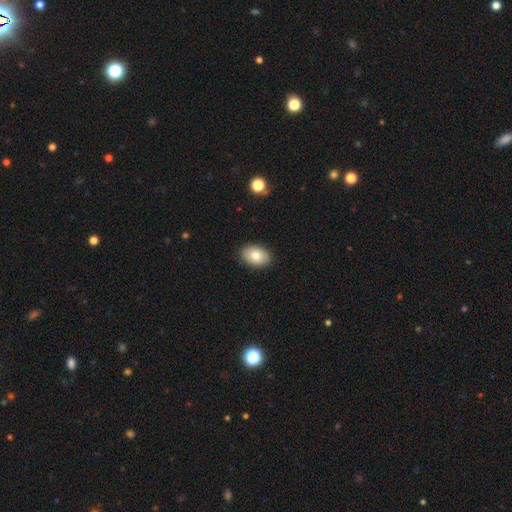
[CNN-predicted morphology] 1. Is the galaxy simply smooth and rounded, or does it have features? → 81% smooth, 12% featured or disk, 7% star or artifact.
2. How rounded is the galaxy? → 86% in between, 13% round, 1% cigar-shaped.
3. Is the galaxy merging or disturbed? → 89% none, 8% minor disturbance, 2% major disturbance, 1% merger.